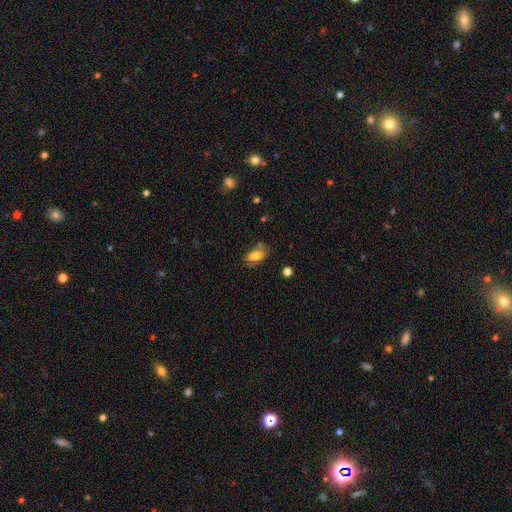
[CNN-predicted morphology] A smooth galaxy with no disk features (75%) that is in between round and cigar-shaped (89%).

Vote fractions:
- Smooth or featured? smooth: 75% / featured or disk: 17% / star or artifact: 8%
- How rounded? in between: 89% / cigar-shaped: 6% / round: 5%
- Merging? none: 65% / minor disturbance: 22% / merger: 7% / major disturbance: 7%